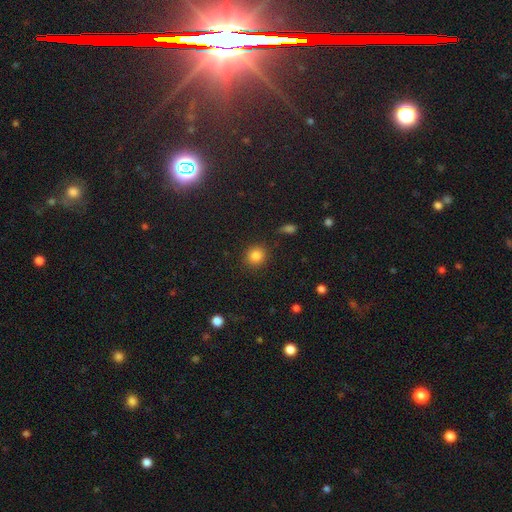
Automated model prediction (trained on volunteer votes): The model was most divided on "how rounded": round: 85%, in between: 14%, cigar-shaped: 1%. More confident: merging — none (87%); smooth or featured — smooth (85%).